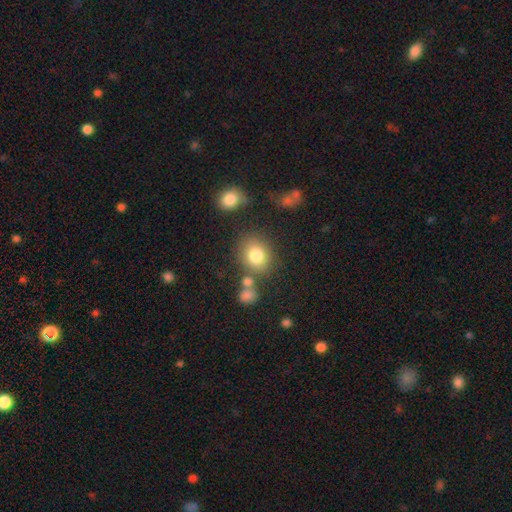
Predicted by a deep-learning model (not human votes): Smooth or featured?
  - smooth: 80% *
  - star or artifact: 11%
  - featured or disk: 9%
How rounded?
  - round: 70% *
  - in between: 29%
  - cigar-shaped: 1%
Merging?
  - none: 72% *
  - minor disturbance: 12%
  - merger: 11%
  - major disturbance: 5%